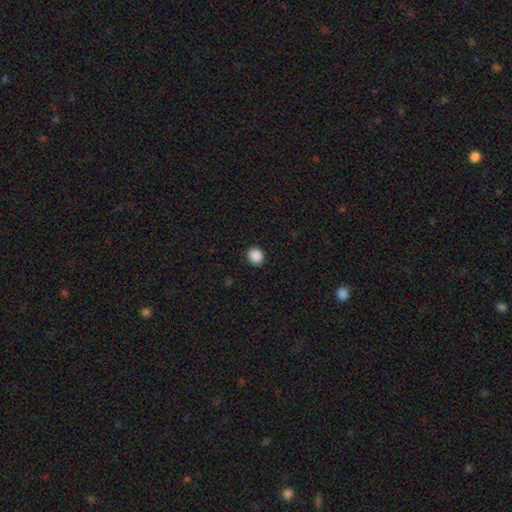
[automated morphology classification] This is clearly a smooth galaxy (89%). How rounded: likely round (77%). Merging: clearly none (90%).